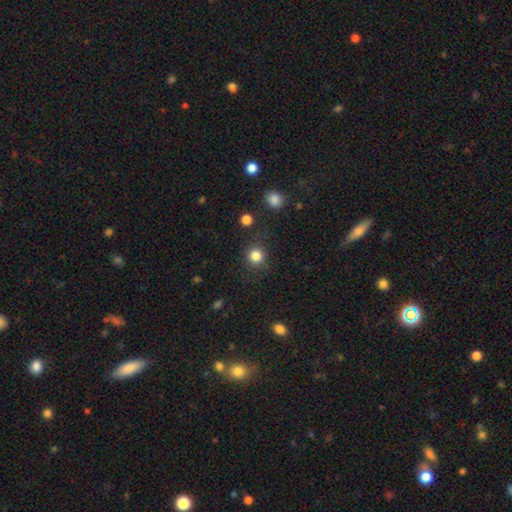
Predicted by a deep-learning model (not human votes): A smooth galaxy with no disk features (83%) that is round (92%).

Vote fractions:
- Smooth or featured? smooth: 83% / star or artifact: 12% / featured or disk: 4%
- How rounded? round: 92% / in between: 7% / cigar-shaped: 1%
- Merging? none: 86% / minor disturbance: 8% / major disturbance: 3% / merger: 2%